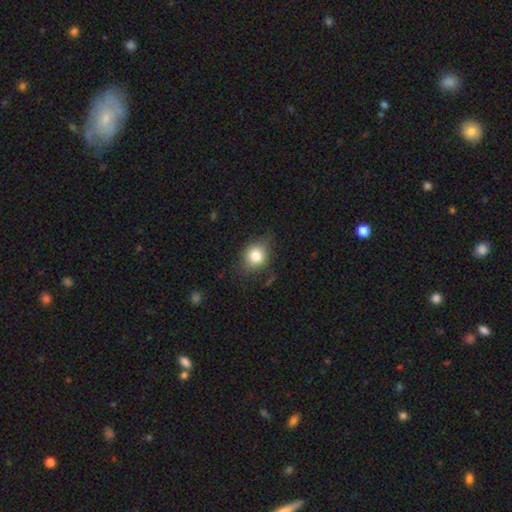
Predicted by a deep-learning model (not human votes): Overall: smooth (78%). How rounded: round (63%; in between 35%). Merging: none (69%).